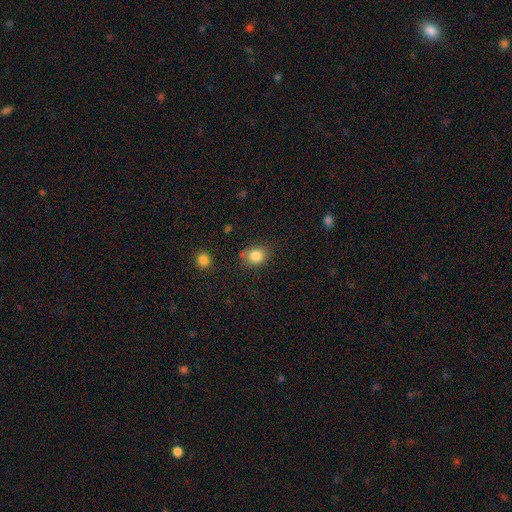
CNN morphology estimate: Smooth or featured?
  - smooth: 84% *
  - star or artifact: 10%
  - featured or disk: 6%
How rounded?
  - round: 59% *
  - in between: 40%
  - cigar-shaped: 1%
Merging?
  - none: 70% *
  - minor disturbance: 20%
  - major disturbance: 5%
  - merger: 5%